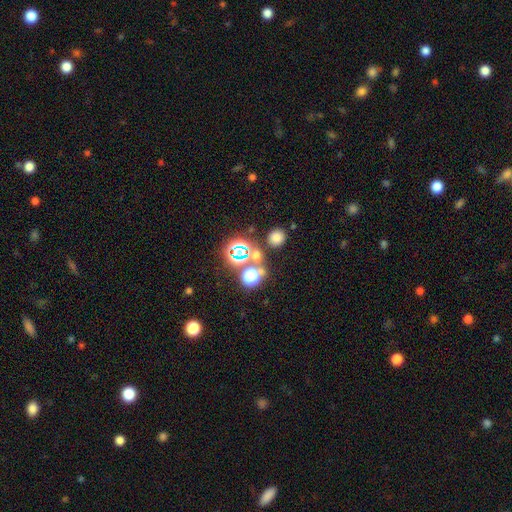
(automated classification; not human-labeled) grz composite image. It shows a smooth galaxy with no disk features (47%). Merging: none (65%).